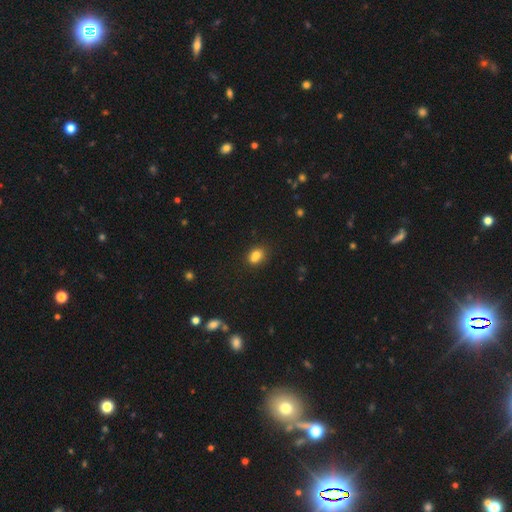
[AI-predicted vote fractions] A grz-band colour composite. It shows a smooth galaxy with no disk features (76%) that is in between round and cigar-shaped (60%). Merging: none (45%).